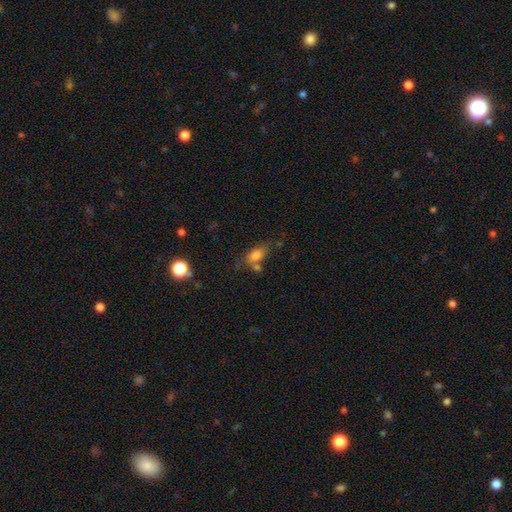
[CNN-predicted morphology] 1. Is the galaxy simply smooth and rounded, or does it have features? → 78% smooth, 11% star or artifact, 11% featured or disk.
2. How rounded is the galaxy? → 83% in between, 10% round, 7% cigar-shaped.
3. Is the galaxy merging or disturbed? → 49% none, 23% merger, 19% minor disturbance, 9% major disturbance.